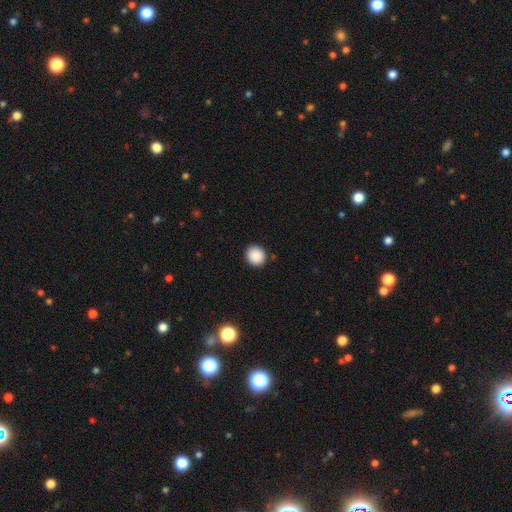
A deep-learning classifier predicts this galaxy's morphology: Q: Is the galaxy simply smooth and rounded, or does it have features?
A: smooth — 89%.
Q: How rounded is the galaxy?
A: round — 86%.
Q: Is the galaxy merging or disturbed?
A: none — 90%.